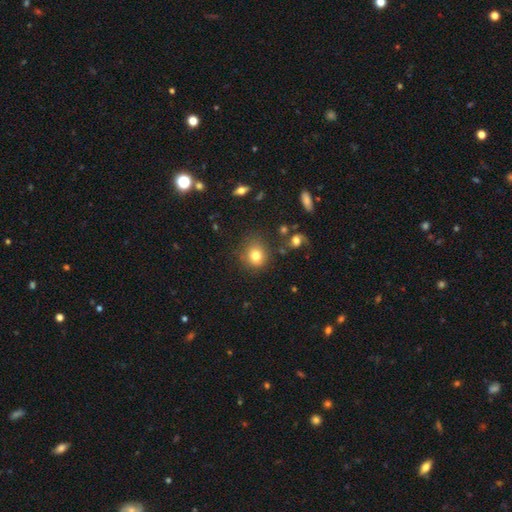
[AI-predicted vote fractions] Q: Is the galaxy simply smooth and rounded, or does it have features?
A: smooth — 80%.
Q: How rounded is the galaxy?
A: round — 81%.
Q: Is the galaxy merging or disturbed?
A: none — 78%.